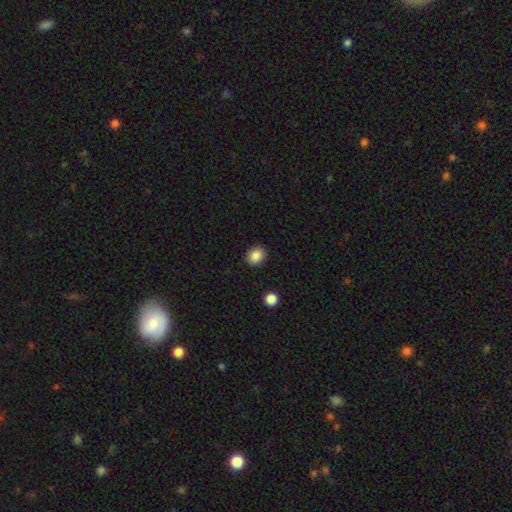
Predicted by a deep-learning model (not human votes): Overall: smooth (87%). How rounded: round (67%; in between 32%). Merging: none (90%).